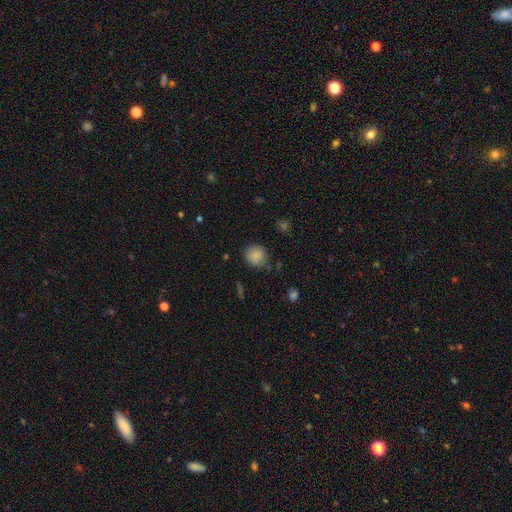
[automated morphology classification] This is clearly a smooth galaxy (85%). How rounded: clearly round (89%). Merging: clearly none (82%).